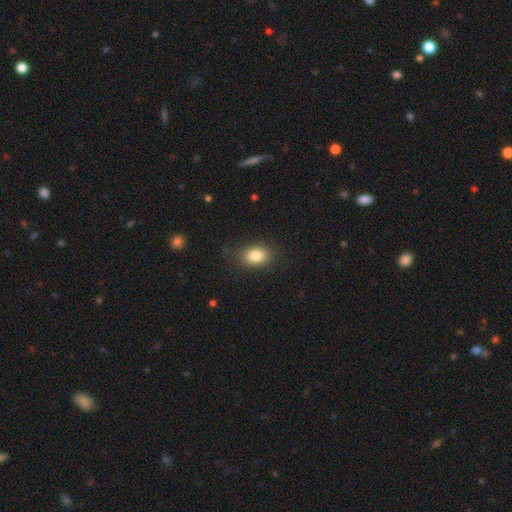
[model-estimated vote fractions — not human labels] Overall: smooth (83%). How rounded: in between (72%). Merging: none (84%).